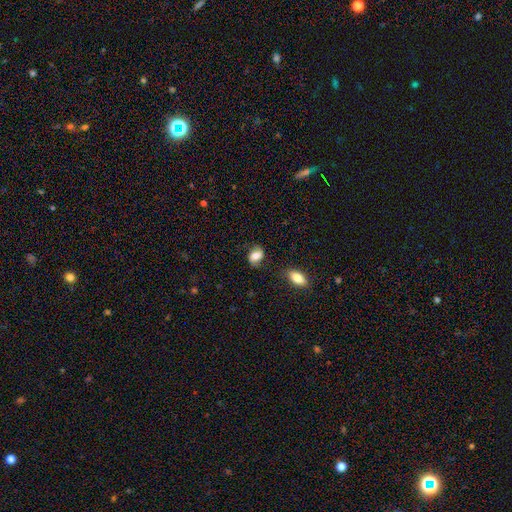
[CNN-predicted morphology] smooth 65%, featured or disk 26%, star or artifact 9%. Down the decision tree: how rounded — in between (79%); merging — none (69%).